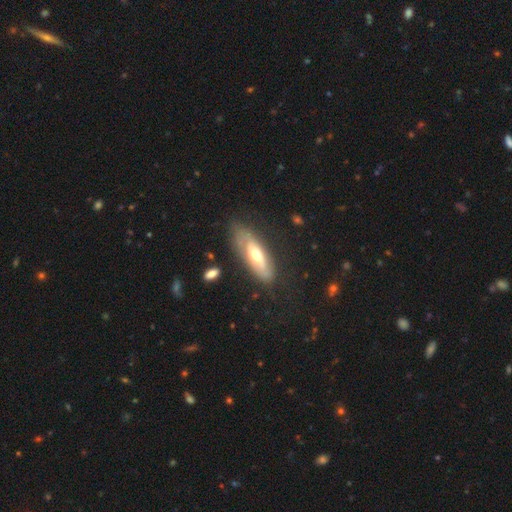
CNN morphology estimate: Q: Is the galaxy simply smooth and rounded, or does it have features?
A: featured or disk — 58%.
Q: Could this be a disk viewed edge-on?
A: no — 71%.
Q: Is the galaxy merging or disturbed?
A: none — 67%.